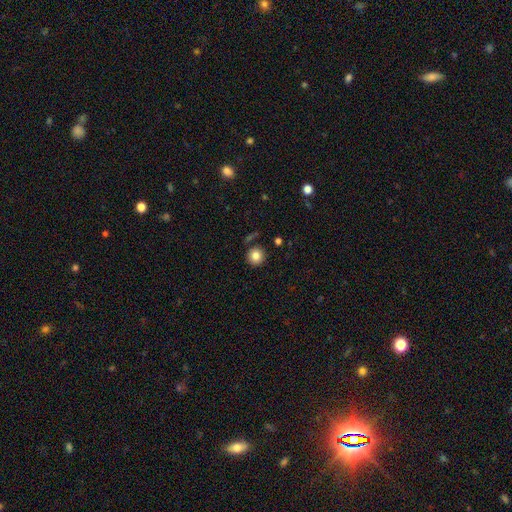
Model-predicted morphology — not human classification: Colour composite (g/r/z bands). It shows a smooth galaxy with no disk features (83%) that is round (94%). Merging: none (85%).